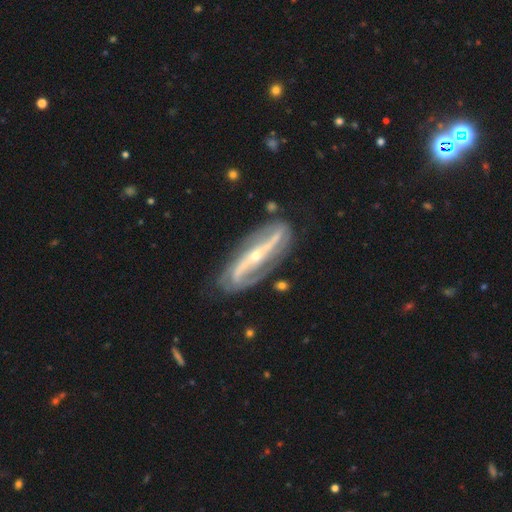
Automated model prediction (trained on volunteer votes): smooth-or-featured: featured or disk: 91% | smooth: 5% | star or artifact: 4%
  disk-edge-on: no: 87% | yes: 13%
    bar: strong: 67% | no: 19% | weak: 14%
    has-spiral-arms: yes: 95% | no: 5%
      spiral-winding: medium: 38% (tied) | loose: 38% (tied) | tight: 25%
      spiral-arm-count: 2: 91% | can't tell: 3% | 3: 2% | 1: 1% | 4: 1% | more than 4: 1%
    bulge-size: small: 73% | moderate: 24% | large: 1% | none: 1% | dominant: 1%
  merging: none: 78% | minor disturbance: 14% | major disturbance: 5% | merger: 2%